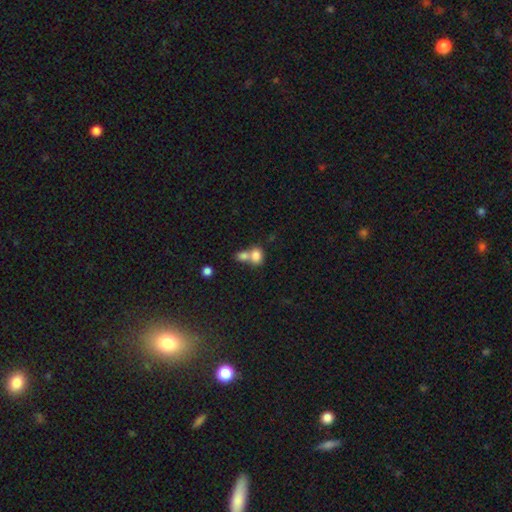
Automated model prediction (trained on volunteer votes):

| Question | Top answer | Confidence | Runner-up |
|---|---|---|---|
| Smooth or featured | smooth | 80% | featured or disk (11%) |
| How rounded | in between | 64% | round (35%) |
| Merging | merger | 64% | none (26%) |